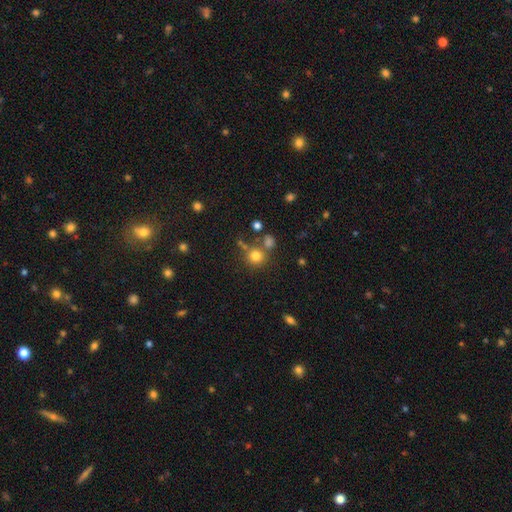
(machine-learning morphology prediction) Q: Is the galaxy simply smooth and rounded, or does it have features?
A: smooth — 77%.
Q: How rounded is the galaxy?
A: round — 89%.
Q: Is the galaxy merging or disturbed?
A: none — 66%.